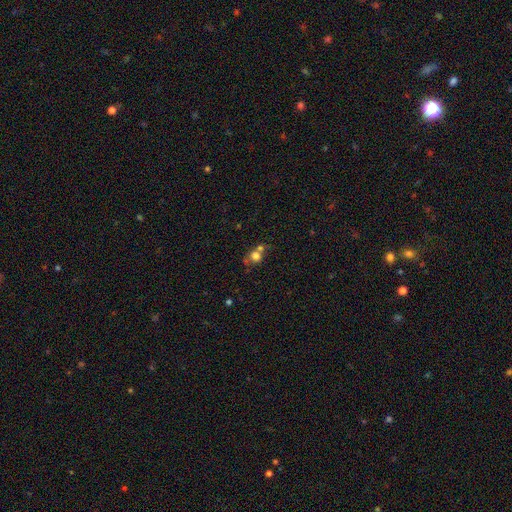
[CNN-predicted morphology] A smooth galaxy with no disk features (69%) that is round (81%). Merging: none (43%).